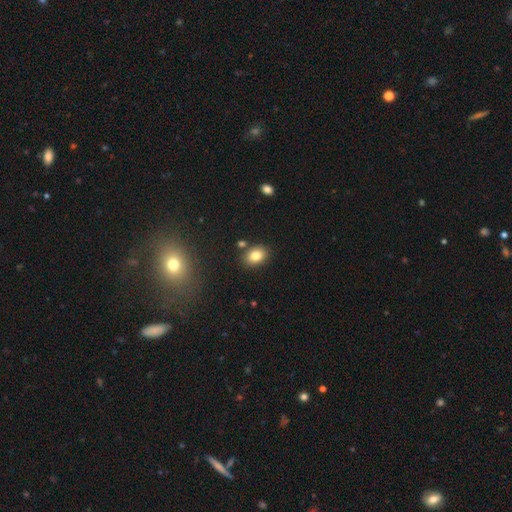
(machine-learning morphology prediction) Smooth or featured: smooth — 81% (star or artifact — 10%)
How rounded: in between — 69% (round — 30%)
Merging: none — 81% (minor disturbance — 10%)